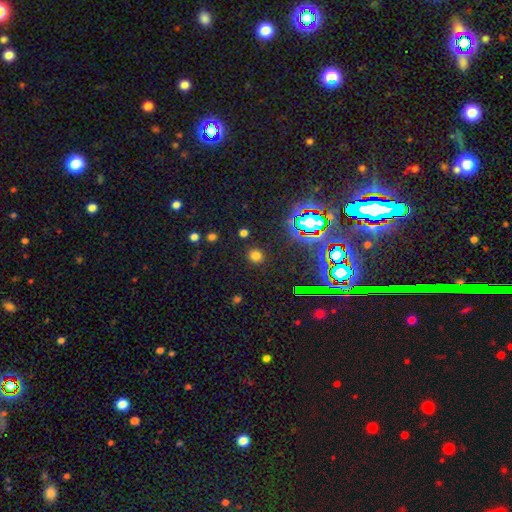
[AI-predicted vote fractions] Smooth or featured: smooth — 69% (star or artifact — 25%)
How rounded: round — 87% (in between — 12%)
Merging: none — 89% (minor disturbance — 6%)